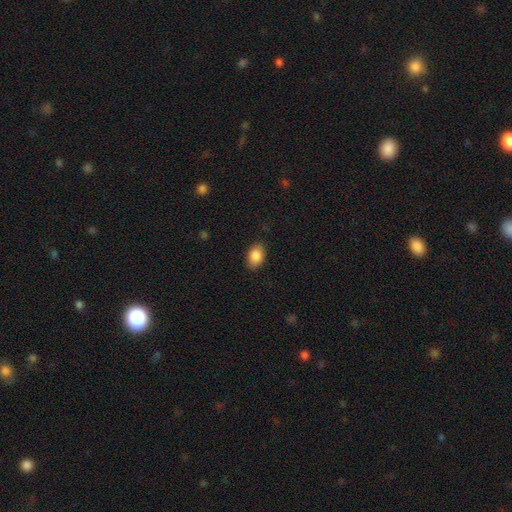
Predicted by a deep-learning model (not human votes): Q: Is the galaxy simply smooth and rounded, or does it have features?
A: smooth — 88%.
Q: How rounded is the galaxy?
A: in between — 84%.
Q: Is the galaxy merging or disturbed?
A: none — 86%.